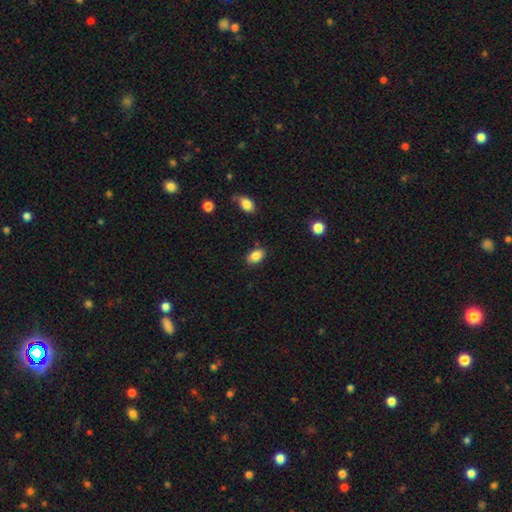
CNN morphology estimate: This is clearly a smooth galaxy (86%). How rounded: clearly in between (86%). Merging: clearly none (84%).